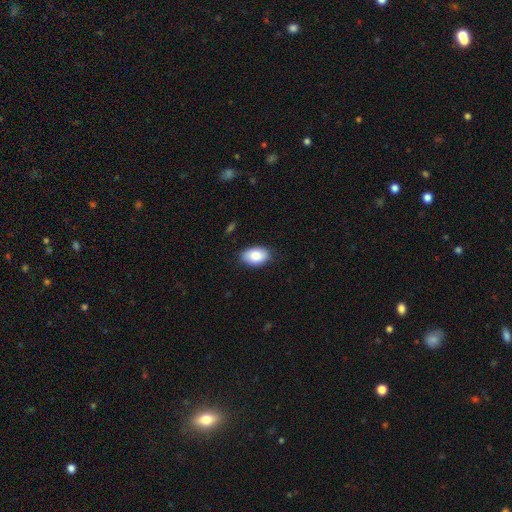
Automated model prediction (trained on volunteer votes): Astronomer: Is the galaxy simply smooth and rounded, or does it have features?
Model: smooth — 86%.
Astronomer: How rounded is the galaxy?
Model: in between — 90%.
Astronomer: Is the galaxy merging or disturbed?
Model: none — 85%.